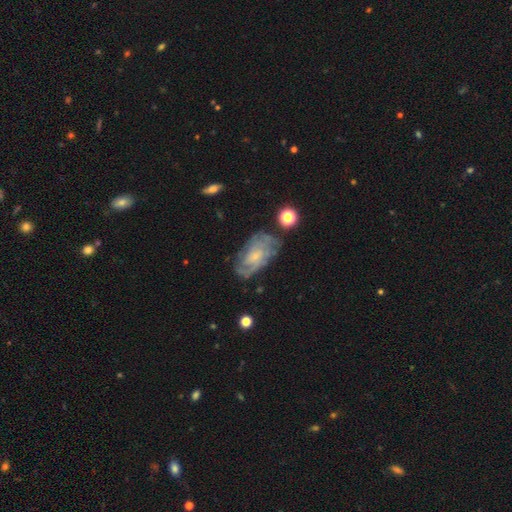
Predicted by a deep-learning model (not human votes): Smooth or featured: featured or disk — 74% (smooth — 19%)
Edge-on disk: no — 95% (yes — 5%)
Bar: no — 68% (weak — 28%)
Spiral arms: yes — 87% (no — 13%)
Spiral winding: tight — 51% (medium — 35%)
Spiral arm count: can't tell — 48% (2 — 25%)
Bulge size: small — 72% (moderate — 17%)
Merging: none — 62% (minor disturbance — 23%)